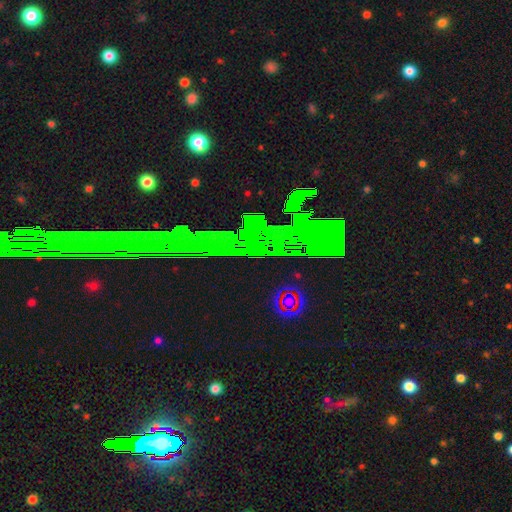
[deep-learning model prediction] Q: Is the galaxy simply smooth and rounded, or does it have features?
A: star or artifact — 78%.